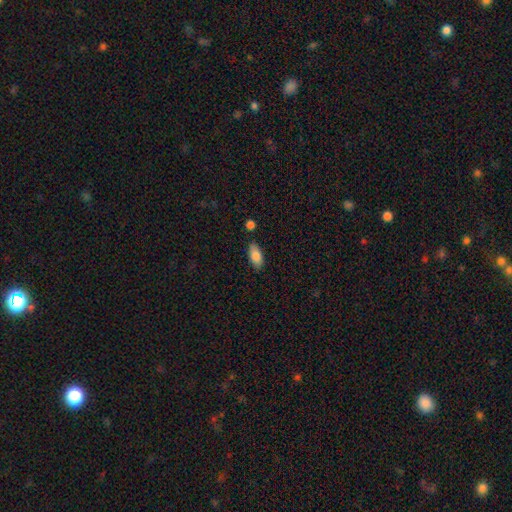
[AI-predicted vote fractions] Morphology: type=smooth (85%); roundness=in between (88%); merging=none (81%).